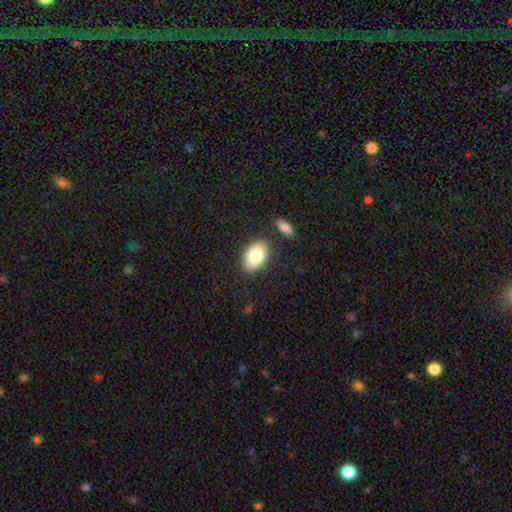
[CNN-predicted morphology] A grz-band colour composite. It shows a smooth galaxy with no disk features (81%) that is in between round and cigar-shaped (90%). Merging: none (80%).